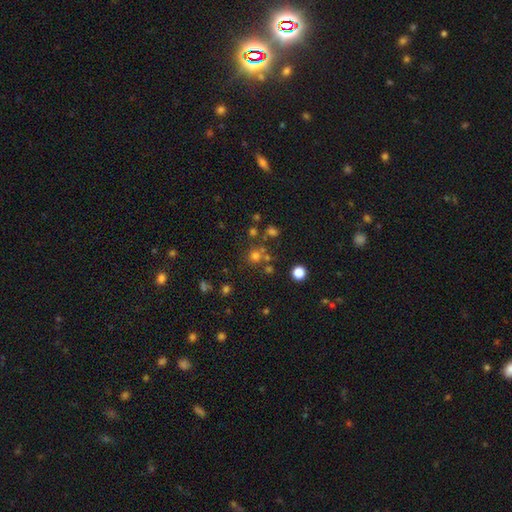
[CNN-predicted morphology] smooth 51%, star or artifact 39%, featured or disk 9%. Down the decision tree: how rounded — round (91%); merging — none (72%).